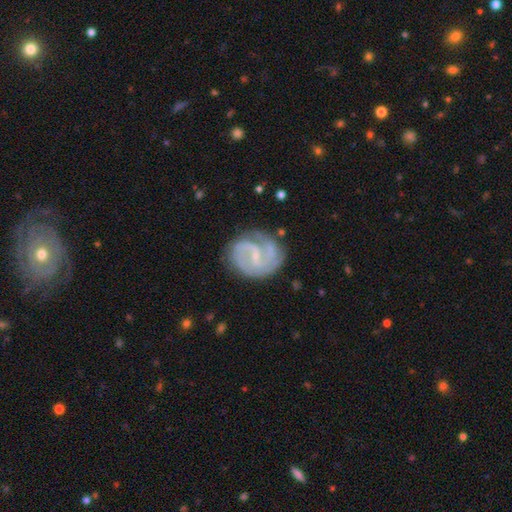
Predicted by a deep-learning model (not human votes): smooth_or_featured: featured or disk (p=0.85) [alt: smooth p=0.10]
disk_edge_on: no (p=0.98) [alt: yes p=0.02]
bar: weak (p=0.51) [alt: no p=0.34]
has_spiral_arms: yes (p=0.96) [alt: no p=0.04]
spiral_winding: medium (p=0.44) [alt: tight p=0.42]
spiral_arm_count: 2 (p=0.53) [alt: 3 p=0.17]
bulge_size: small (p=0.77) [alt: moderate p=0.14]
merging: none (p=0.70) [alt: minor disturbance p=0.19]